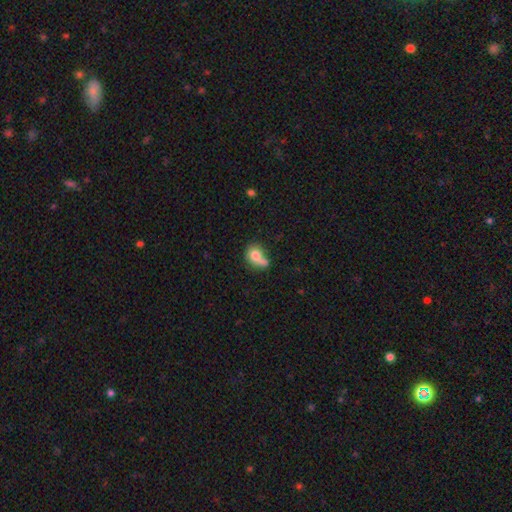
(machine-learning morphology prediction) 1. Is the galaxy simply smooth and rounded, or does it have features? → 74% smooth, 16% featured or disk, 9% star or artifact.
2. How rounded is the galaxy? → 53% in between, 45% round, 2% cigar-shaped.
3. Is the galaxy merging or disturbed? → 38% merger, 29% none, 18% minor disturbance, 16% major disturbance.